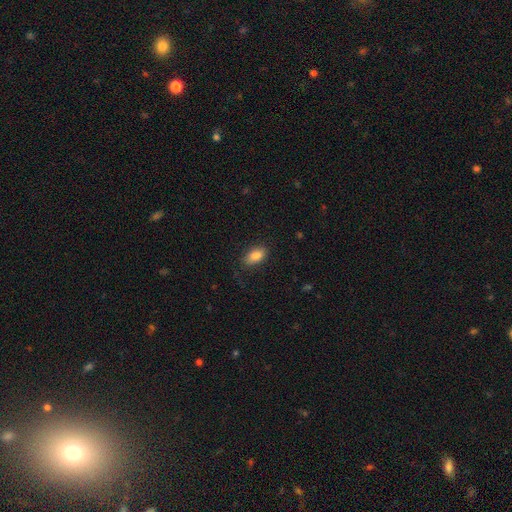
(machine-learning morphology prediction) type=smooth (85%); roundness=in between (91%); merging=none (84%).